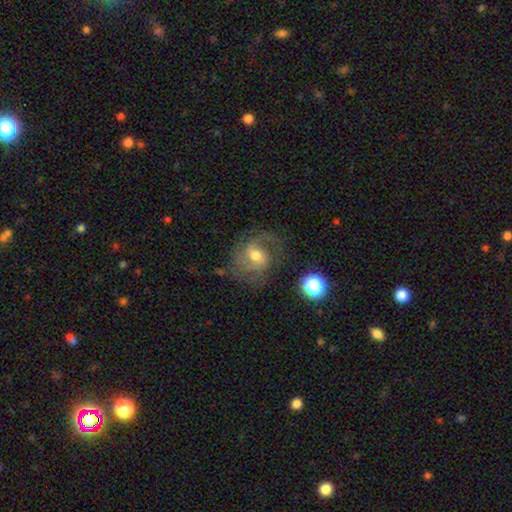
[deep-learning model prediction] The model was most divided on "bar": weak: 49%, no: 38%, strong: 13%. More confident: edge-on disk — no (97%); spiral arms — yes (92%); smooth or featured — featured or disk (73%); bulge size — moderate (64%); merging — none (60%); spiral arm count — 2 (56%); spiral winding — medium (51%).